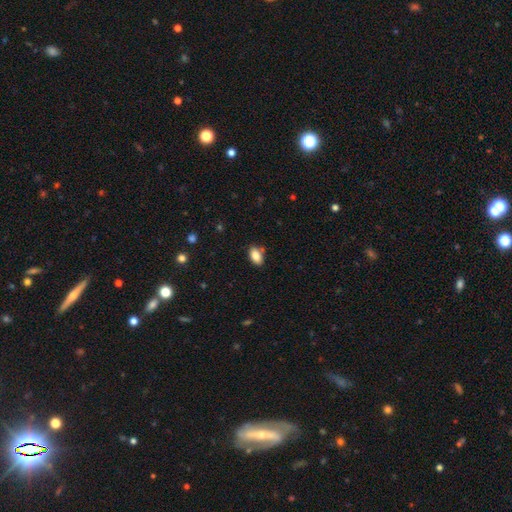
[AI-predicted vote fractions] Smooth or featured?
  - smooth: 85% *
  - star or artifact: 8%
  - featured or disk: 7%
How rounded?
  - in between: 91% *
  - round: 6%
  - cigar-shaped: 2%
Merging?
  - none: 80% *
  - minor disturbance: 12%
  - merger: 5%
  - major disturbance: 3%